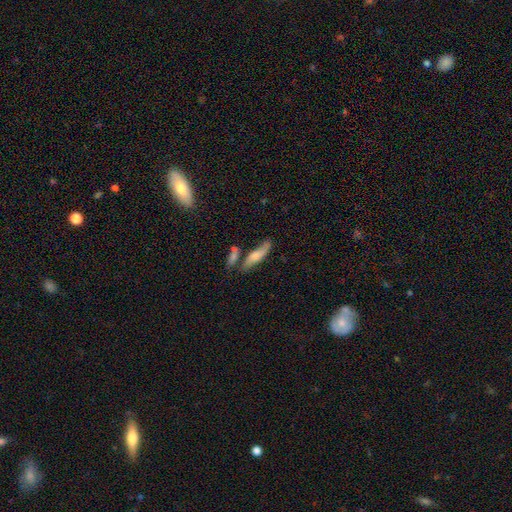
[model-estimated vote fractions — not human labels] Smooth or featured? Predicted: smooth (p=0.56). How rounded? Predicted: cigar-shaped (p=0.63). Merging? Predicted: none (p=0.54).